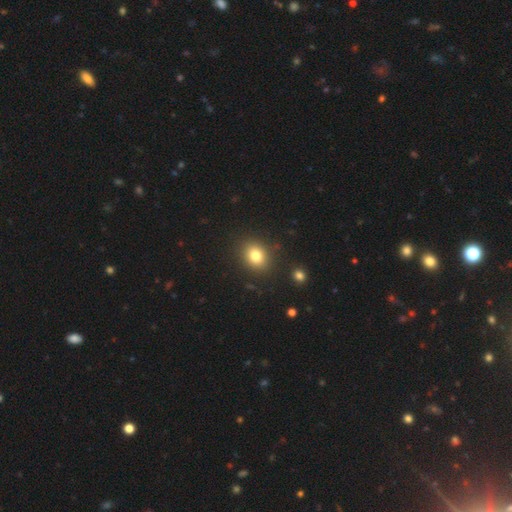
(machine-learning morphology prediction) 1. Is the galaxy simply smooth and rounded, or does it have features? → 80% smooth, 12% star or artifact, 8% featured or disk.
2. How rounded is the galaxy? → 56% round, 43% in between, 1% cigar-shaped.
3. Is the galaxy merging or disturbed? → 87% none, 8% minor disturbance, 3% major disturbance, 2% merger.